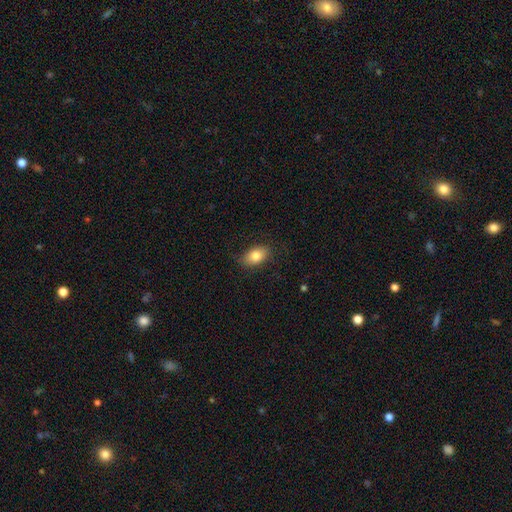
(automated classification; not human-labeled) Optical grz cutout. It shows a smooth galaxy with no disk features (82%) that is in between round and cigar-shaped (86%). Merging: none (83%).